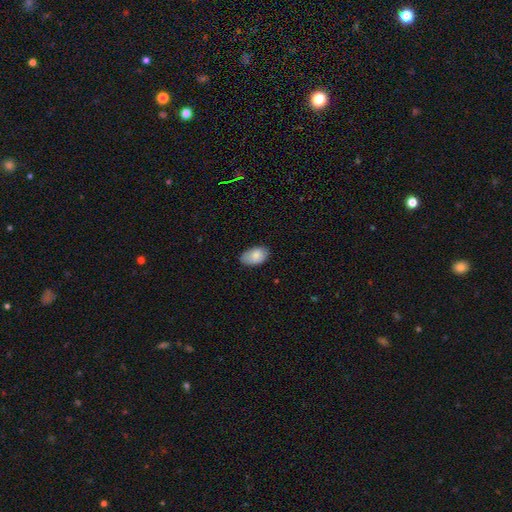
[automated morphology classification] Overall: smooth (86%). How rounded: in between (93%). Merging: none (73%).